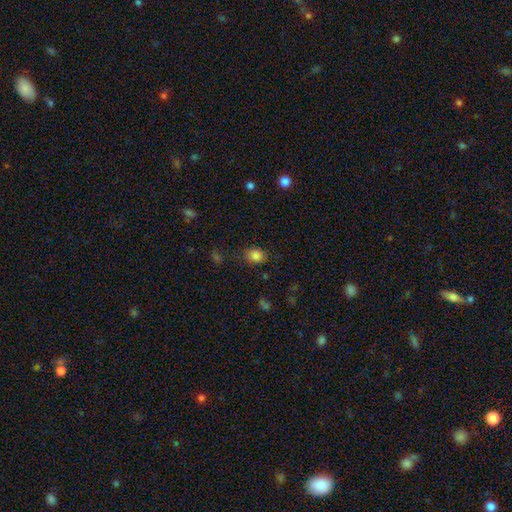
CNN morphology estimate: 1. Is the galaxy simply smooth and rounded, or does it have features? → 83% smooth, 12% star or artifact, 5% featured or disk.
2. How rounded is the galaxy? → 52% round, 47% in between, 1% cigar-shaped.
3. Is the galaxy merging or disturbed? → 80% none, 14% minor disturbance, 4% major disturbance, 2% merger.